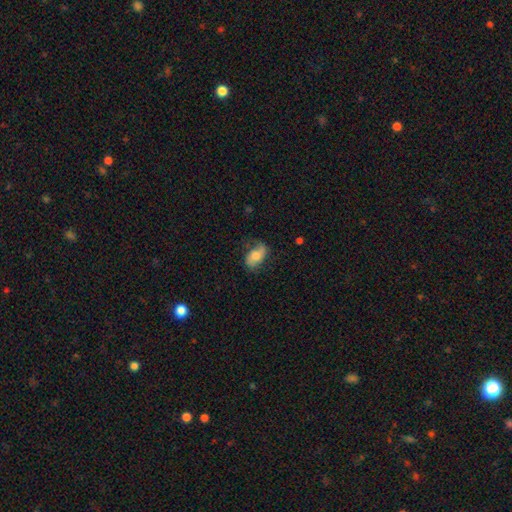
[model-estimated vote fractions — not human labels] Morphology: type=smooth (52%); roundness=in between (87%); merging=none (59%).